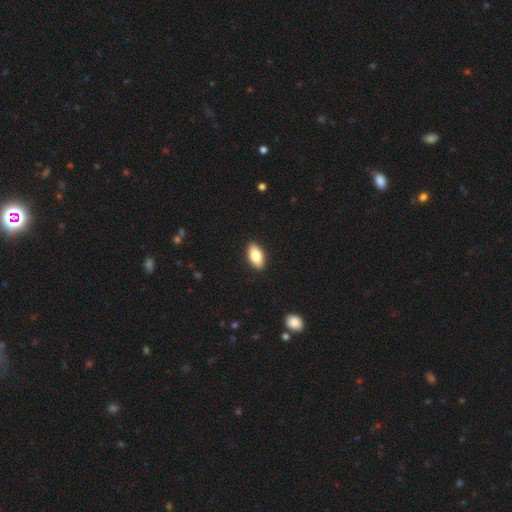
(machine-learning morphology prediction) Smooth or featured? Predicted: smooth (p=0.82). How rounded? Predicted: in between (p=0.92). Merging? Predicted: none (p=0.90).